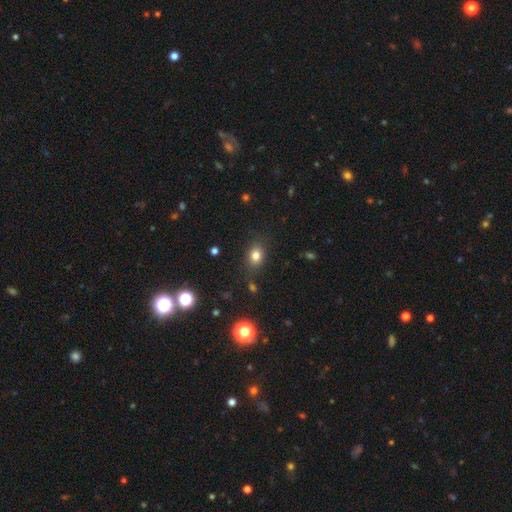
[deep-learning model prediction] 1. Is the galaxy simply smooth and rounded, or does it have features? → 80% smooth, 13% star or artifact, 8% featured or disk.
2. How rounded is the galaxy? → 56% in between, 43% round, 1% cigar-shaped.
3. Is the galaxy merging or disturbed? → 82% none, 12% minor disturbance, 4% major disturbance, 2% merger.